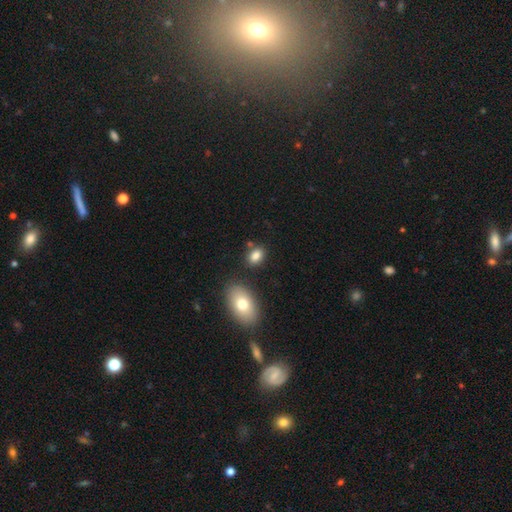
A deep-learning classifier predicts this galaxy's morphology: Smooth or featured? Predicted: smooth (p=0.83). How rounded? Predicted: in between (p=0.80). Merging? Predicted: none (p=0.74).